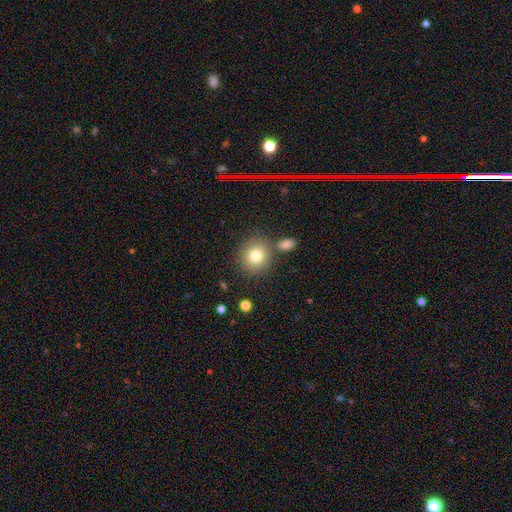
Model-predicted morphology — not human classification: smooth-or-featured: smooth: 79% | star or artifact: 11% | featured or disk: 10%
  how-rounded: round: 86% | in between: 13% | cigar-shaped: 1%
  merging: none: 76% | merger: 11% | minor disturbance: 10% | major disturbance: 3%